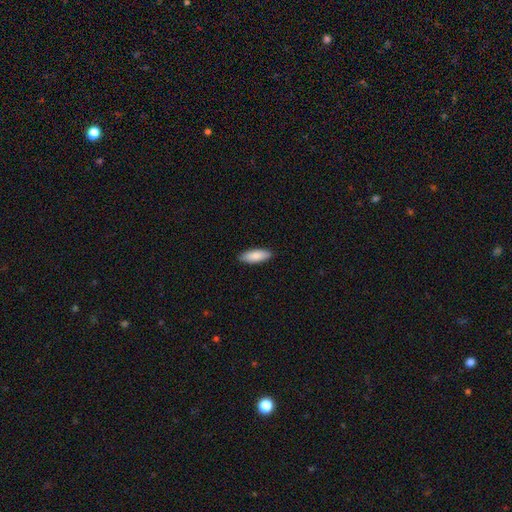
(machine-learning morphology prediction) smooth-or-featured: smooth: 88% | featured or disk: 7% | star or artifact: 5%
  how-rounded: in between: 71% | cigar-shaped: 28% | round: 2%
  merging: none: 89% | minor disturbance: 9% | major disturbance: 2% | merger: 1%